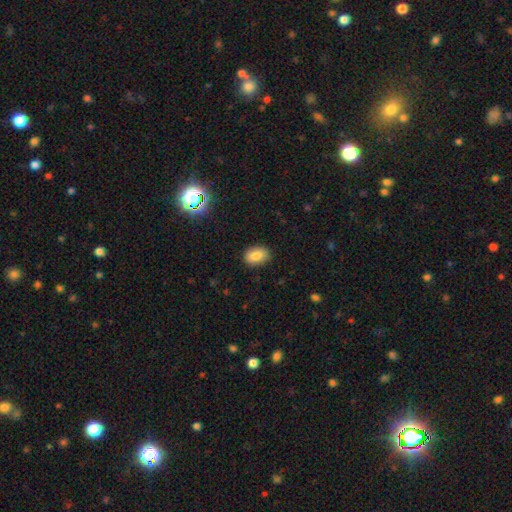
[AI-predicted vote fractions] Q: Smooth or featured?
A: smooth (84%); runner-up: star or artifact (9%)
Q: How rounded?
A: in between (84%); runner-up: round (14%)
Q: Merging?
A: none (87%); runner-up: minor disturbance (10%)